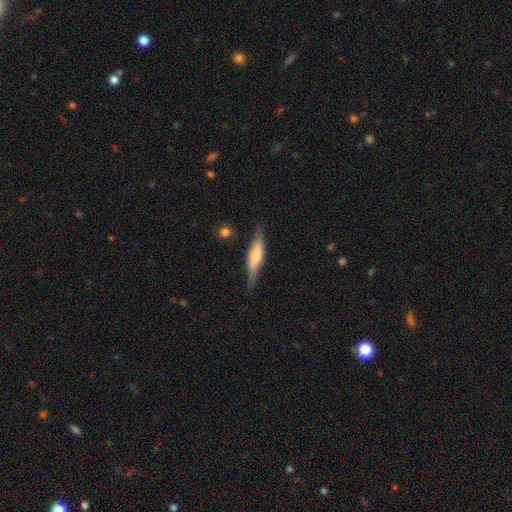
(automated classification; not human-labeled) smooth-or-featured: featured or disk: 48% | smooth: 46% | star or artifact: 6%
  merging: none: 79% | minor disturbance: 16% | major disturbance: 4% | merger: 2%